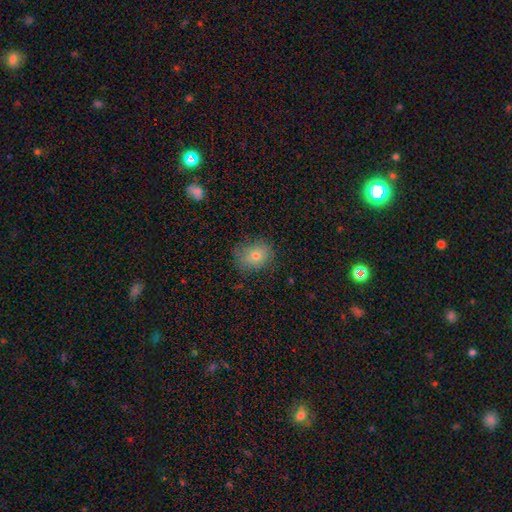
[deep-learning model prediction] Smooth or featured?
  - smooth: 74% *
  - featured or disk: 14%
  - star or artifact: 12%
How rounded?
  - round: 62% *
  - in between: 37%
  - cigar-shaped: 1%
Merging?
  - none: 75% *
  - minor disturbance: 18%
  - major disturbance: 6%
  - merger: 1%